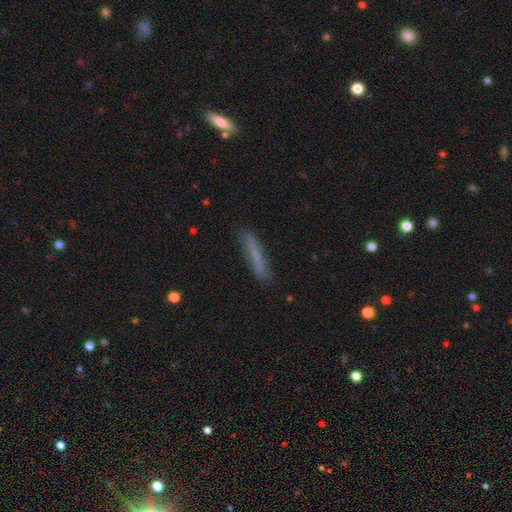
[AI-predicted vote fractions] This is likely a smooth galaxy (63%). How rounded: clearly cigar-shaped (93%). Merging: clearly none (82%).